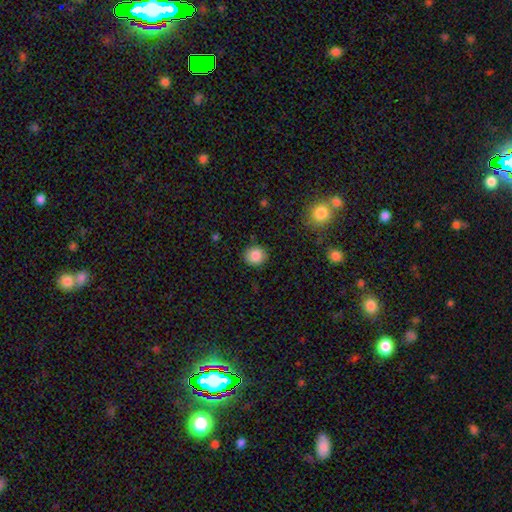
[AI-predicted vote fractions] Smooth or featured? Predicted: smooth (p=0.85). How rounded? Predicted: round (p=0.82). Merging? Predicted: none (p=0.88).